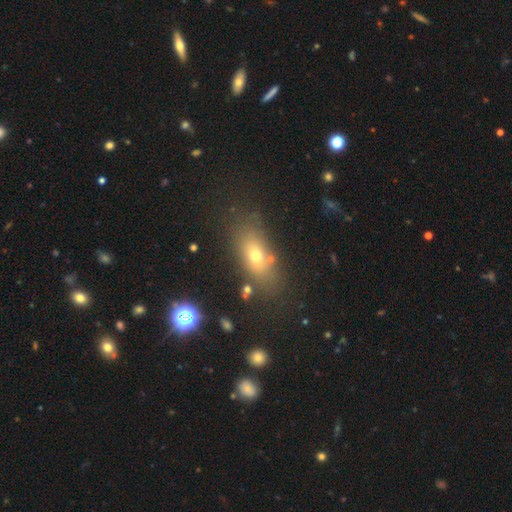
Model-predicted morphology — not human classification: smooth-or-featured: smooth: 59% | featured or disk: 21% | star or artifact: 20%
  how-rounded: in between: 70% | cigar-shaped: 17% | round: 13%
  merging: none: 74% | minor disturbance: 13% | merger: 6% | major disturbance: 6%